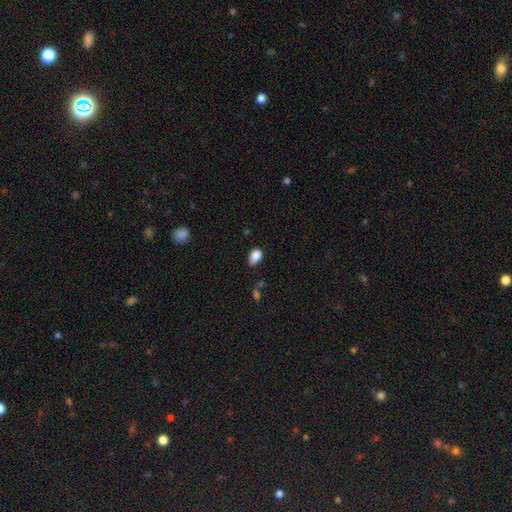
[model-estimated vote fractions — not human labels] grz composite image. It shows a smooth galaxy with no disk features (86%) that is in between round and cigar-shaped (85%). Merging: none (57%).